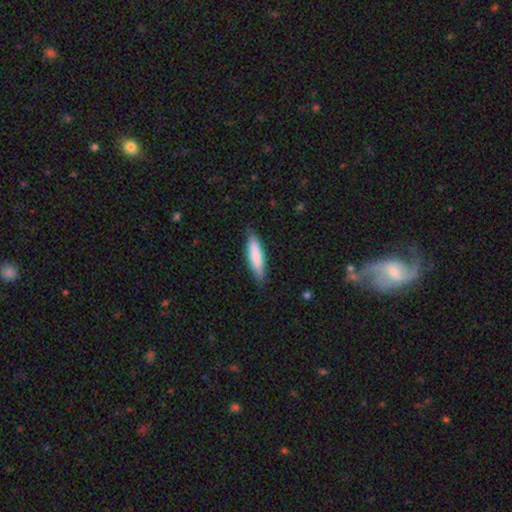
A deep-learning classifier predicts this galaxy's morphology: smooth 81%, featured or disk 14%, star or artifact 5%. Down the decision tree: how rounded — cigar-shaped (70%); merging — none (82%).